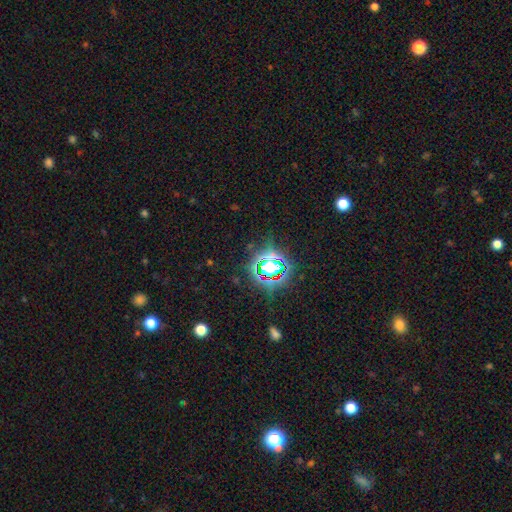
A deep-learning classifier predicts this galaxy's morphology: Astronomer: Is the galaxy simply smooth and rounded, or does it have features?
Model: star or artifact — 79%.